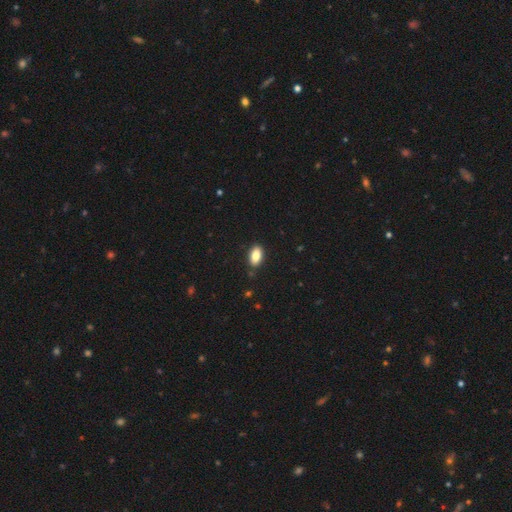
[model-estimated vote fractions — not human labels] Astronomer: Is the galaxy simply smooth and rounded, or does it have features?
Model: smooth — 84%.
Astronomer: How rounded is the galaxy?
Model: in between — 91%.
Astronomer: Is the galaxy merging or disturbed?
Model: none — 87%.